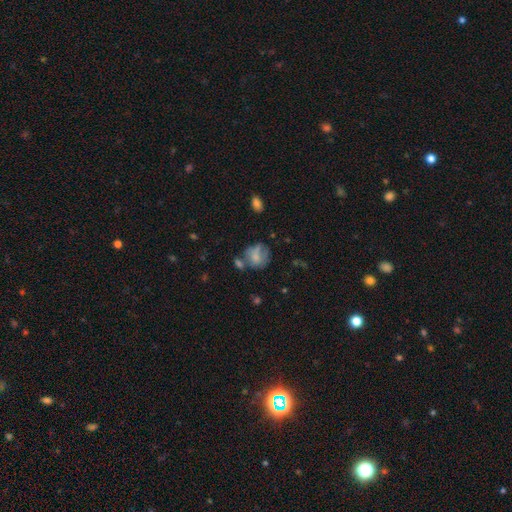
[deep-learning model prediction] smooth-or-featured: smooth: 62% | featured or disk: 27% | star or artifact: 10%
  how-rounded: round: 66% | in between: 33% | cigar-shaped: 1%
  merging: none: 38% | minor disturbance: 25% | major disturbance: 19% | merger: 18%